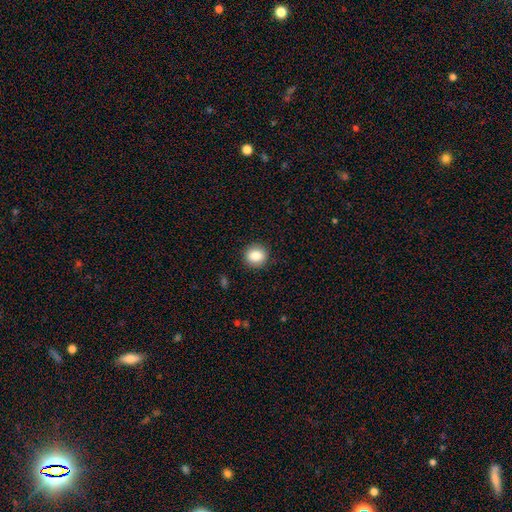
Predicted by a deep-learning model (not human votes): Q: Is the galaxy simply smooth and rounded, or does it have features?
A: smooth — 85%.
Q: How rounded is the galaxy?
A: round — 82%.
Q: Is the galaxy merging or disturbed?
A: none — 90%.